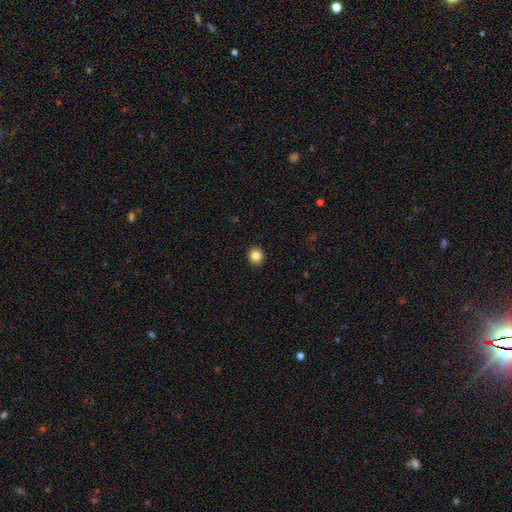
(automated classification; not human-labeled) Smooth or featured?
  - smooth: 84% *
  - star or artifact: 11%
  - featured or disk: 5%
How rounded?
  - round: 80% *
  - in between: 19%
  - cigar-shaped: 1%
Merging?
  - none: 92% *
  - minor disturbance: 6%
  - major disturbance: 2%
  - merger: 1%